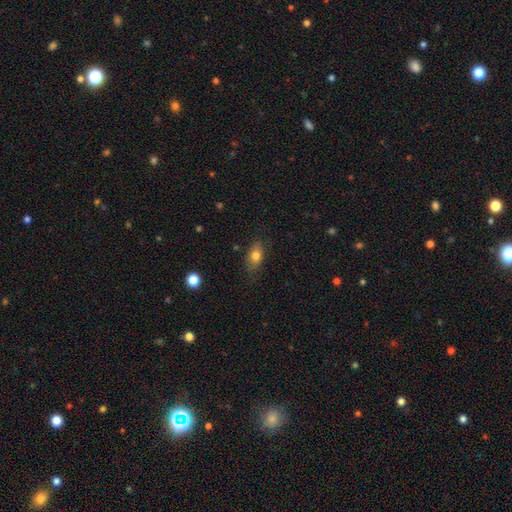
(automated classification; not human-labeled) This is likely a smooth galaxy (77%). How rounded: clearly in between (81%). Merging: likely none (77%).